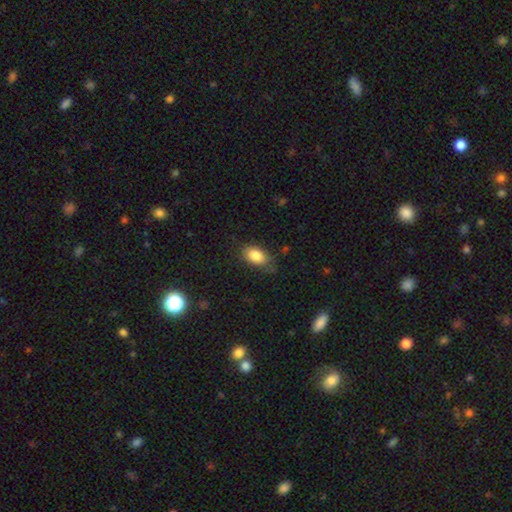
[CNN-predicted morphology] Smooth or featured: smooth — 83% (featured or disk — 10%)
How rounded: in between — 90% (round — 7%)
Merging: none — 69% (minor disturbance — 23%)